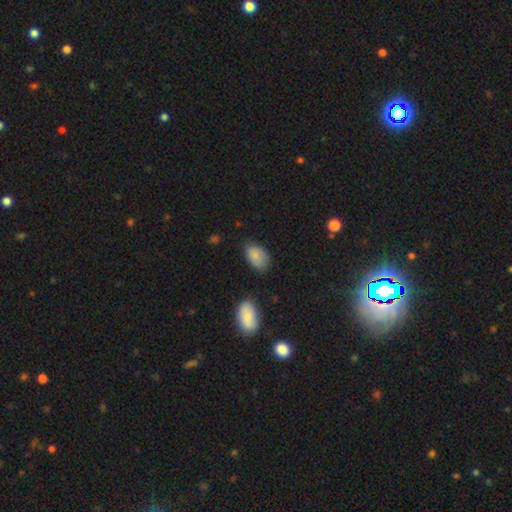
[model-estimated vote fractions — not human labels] Smooth or featured? smooth (83%)
How rounded? in between (90%)
Merging? none (67%)